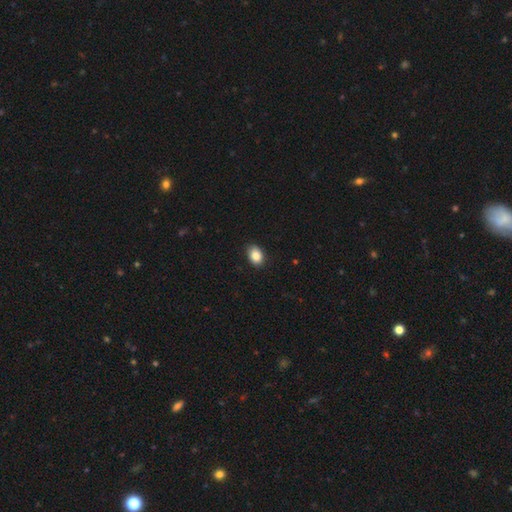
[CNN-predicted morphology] This appears to be a smooth galaxy with no disk features (87%) that is in between round and cigar-shaped (77%). Merging: none (85%).